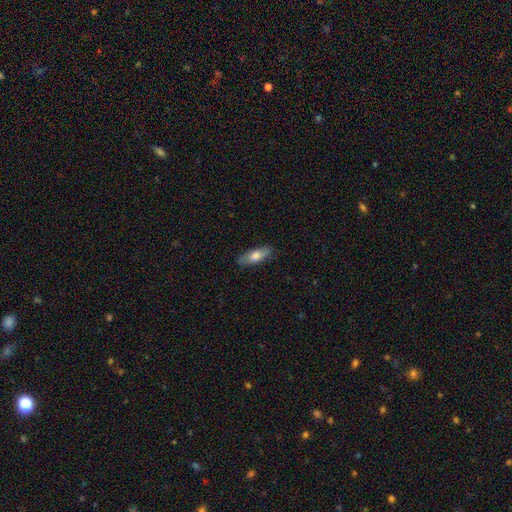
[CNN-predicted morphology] The model was most divided on "how rounded": in between: 57%, cigar-shaped: 40%, round: 2%. More confident: merging — none (82%); smooth or featured — smooth (69%).